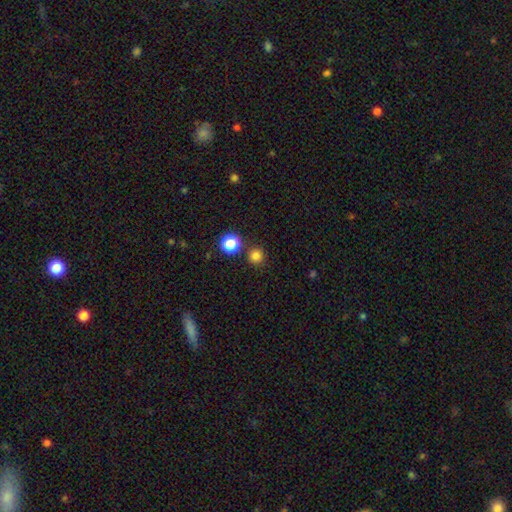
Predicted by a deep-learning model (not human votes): smooth 80%, star or artifact 16%, featured or disk 4%. Down the decision tree: how rounded — round (95%); merging — none (85%).